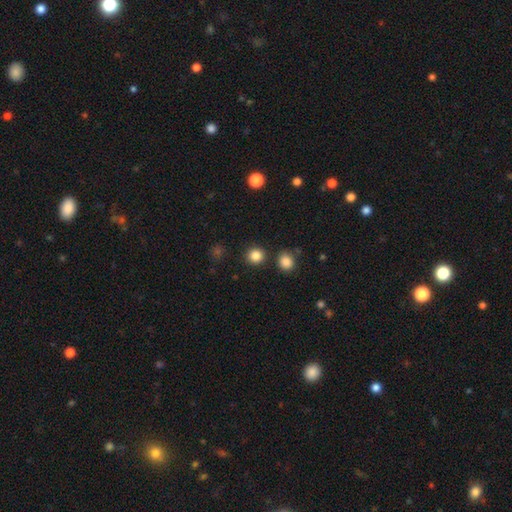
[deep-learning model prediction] Overall: smooth (85%). How rounded: round (91%). Merging: none (87%).